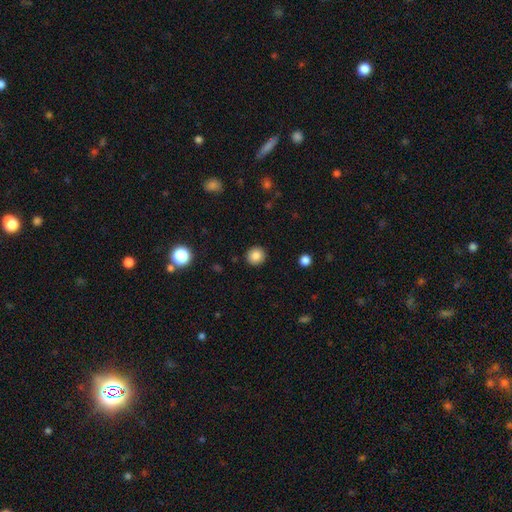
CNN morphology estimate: Smooth or featured?
  - smooth: 84% *
  - star or artifact: 10%
  - featured or disk: 5%
How rounded?
  - round: 92% *
  - in between: 7%
  - cigar-shaped: 1%
Merging?
  - none: 91% *
  - minor disturbance: 6%
  - major disturbance: 2%
  - merger: 1%